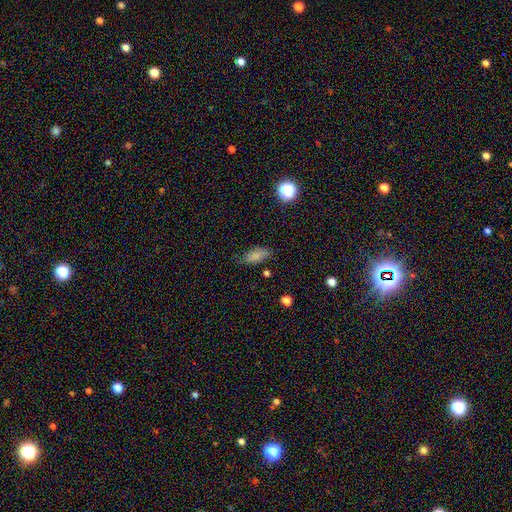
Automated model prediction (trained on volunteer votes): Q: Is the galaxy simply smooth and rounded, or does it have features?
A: smooth — 78%.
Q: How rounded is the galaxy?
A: in between — 84%.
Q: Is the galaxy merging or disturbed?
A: none — 76%.